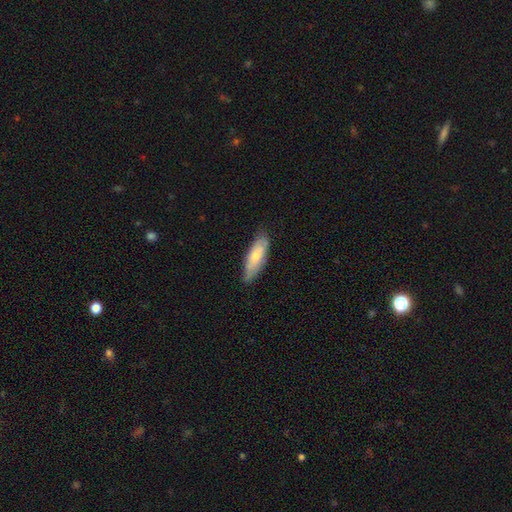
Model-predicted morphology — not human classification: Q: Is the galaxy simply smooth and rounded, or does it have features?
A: smooth — 58%.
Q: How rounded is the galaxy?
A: in between — 51%.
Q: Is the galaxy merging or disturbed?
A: none — 79%.